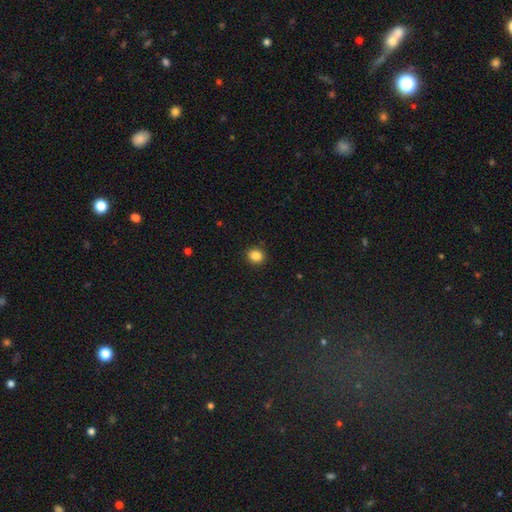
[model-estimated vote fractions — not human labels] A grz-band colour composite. It shows a smooth galaxy with no disk features (86%) that is round (76%). Merging: none (90%).